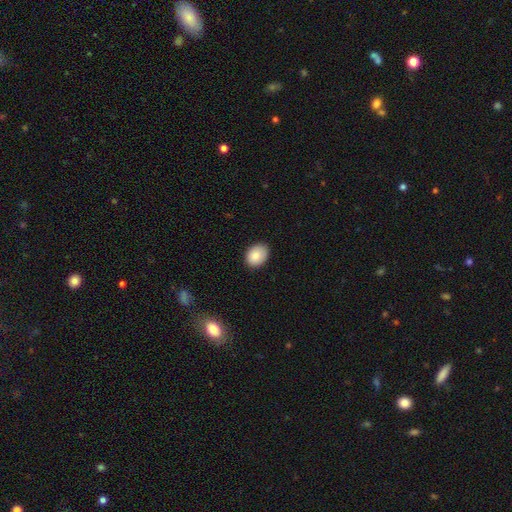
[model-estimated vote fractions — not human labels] Overall: smooth (85%). How rounded: in between (65%; round 35%). Merging: none (85%).